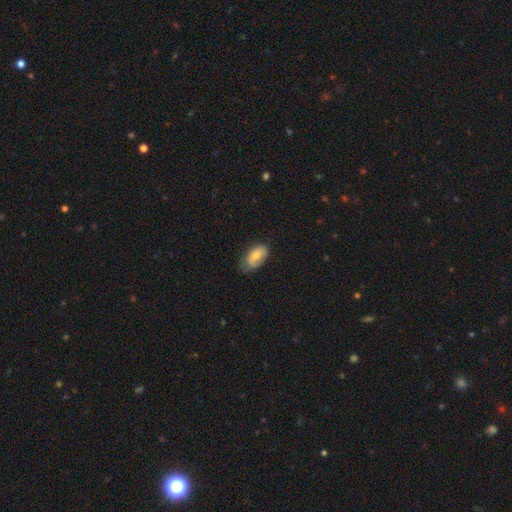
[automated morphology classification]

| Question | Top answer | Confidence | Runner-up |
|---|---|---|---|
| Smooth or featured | smooth | 75% | featured or disk (19%) |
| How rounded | in between | 93% | round (4%) |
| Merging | none | 55% | minor disturbance (34%) |